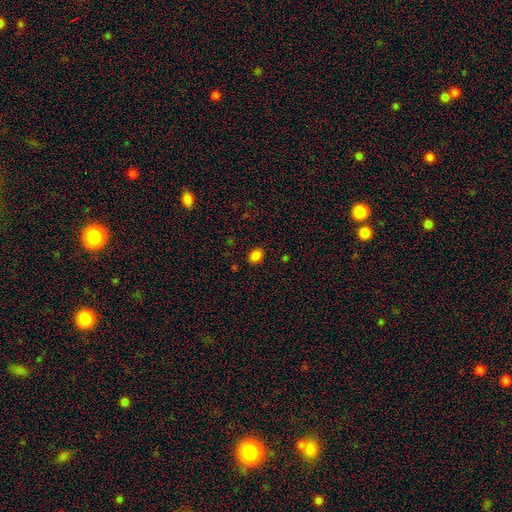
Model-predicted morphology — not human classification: Q: Smooth or featured?
A: smooth (84%); runner-up: star or artifact (12%)
Q: How rounded?
A: in between (69%); runner-up: round (30%)
Q: Merging?
A: none (87%); runner-up: minor disturbance (9%)